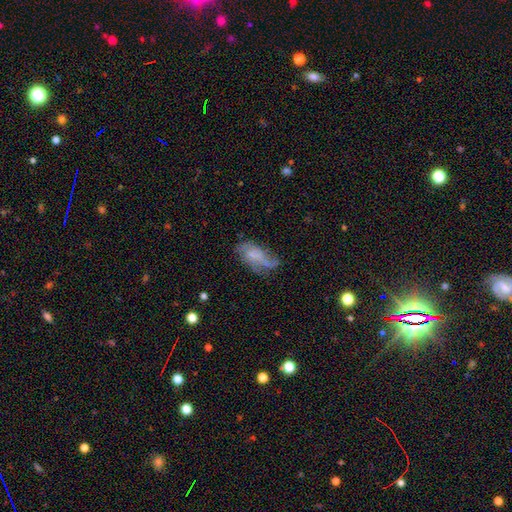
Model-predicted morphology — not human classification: Q: Smooth or featured?
A: featured or disk (51%); runner-up: smooth (39%)
Q: Edge-on disk?
A: no (93%); runner-up: yes (7%)
Q: Merging?
A: none (43%); runner-up: minor disturbance (28%)